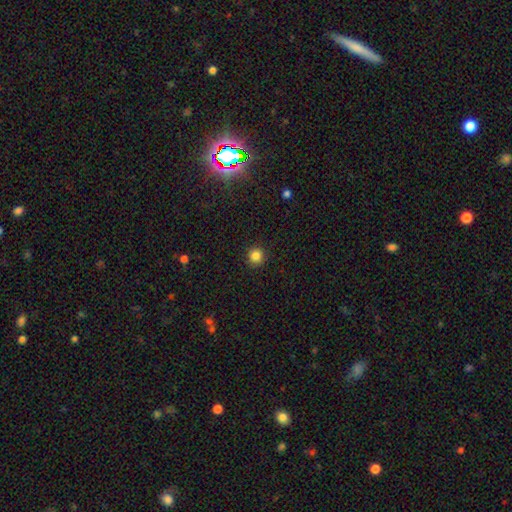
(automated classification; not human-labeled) Q: Smooth or featured?
A: smooth (85%); runner-up: star or artifact (12%)
Q: How rounded?
A: round (94%); runner-up: in between (5%)
Q: Merging?
A: none (92%); runner-up: minor disturbance (5%)